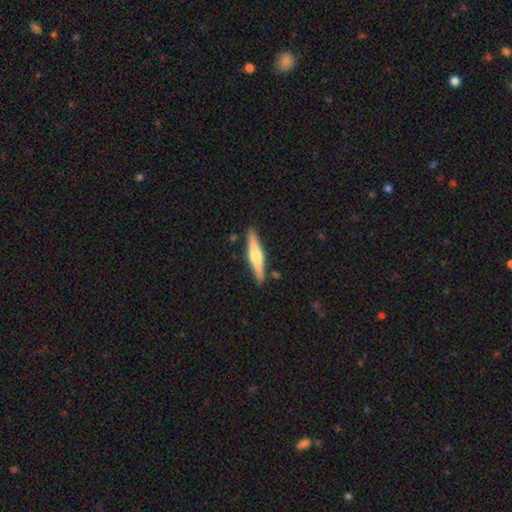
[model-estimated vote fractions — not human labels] This appears to be a featured or disk galaxy (65%) viewed edge-on (97%) with a rounded central bulge (89%). Merging: none (89%).